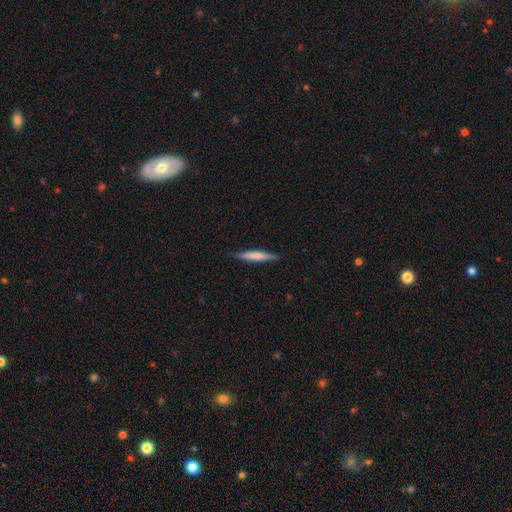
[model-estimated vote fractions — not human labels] Smooth or featured? Predicted: smooth (p=0.66). How rounded? Predicted: cigar-shaped (p=0.94). Merging? Predicted: none (p=0.88).